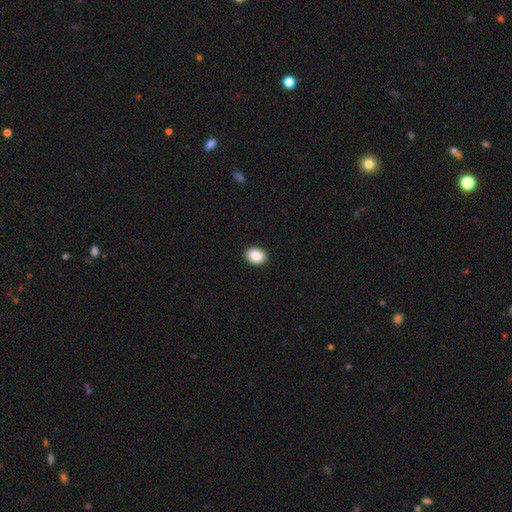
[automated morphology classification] Overall: smooth (89%). How rounded: in between (66%; round 33%). Merging: none (91%).